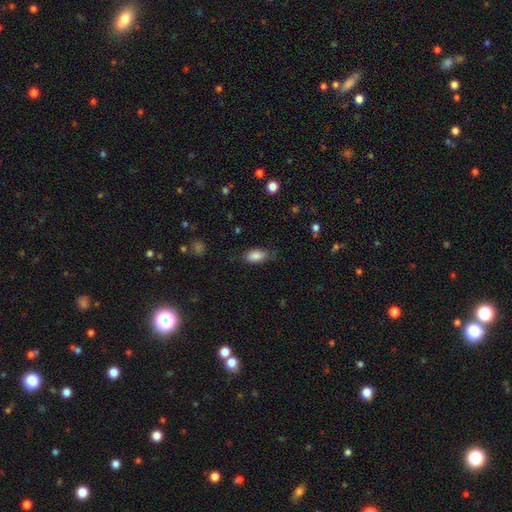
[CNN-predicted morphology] Overall: smooth (84%). How rounded: in between (90%). Merging: none (72%).